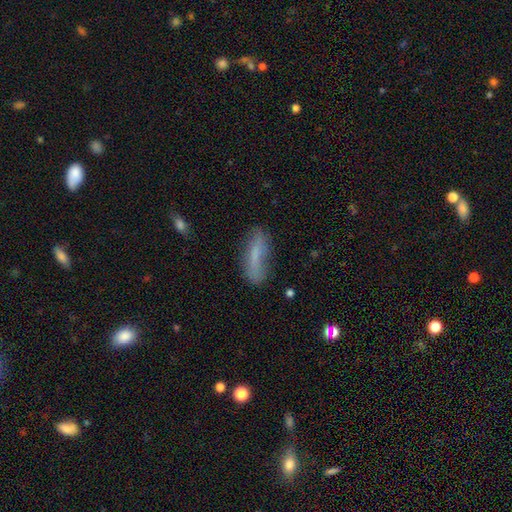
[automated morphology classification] Q: Smooth or featured?
A: smooth (67%); runner-up: featured or disk (24%)
Q: How rounded?
A: cigar-shaped (54%); runner-up: in between (44%)
Q: Merging?
A: none (66%); runner-up: minor disturbance (23%)